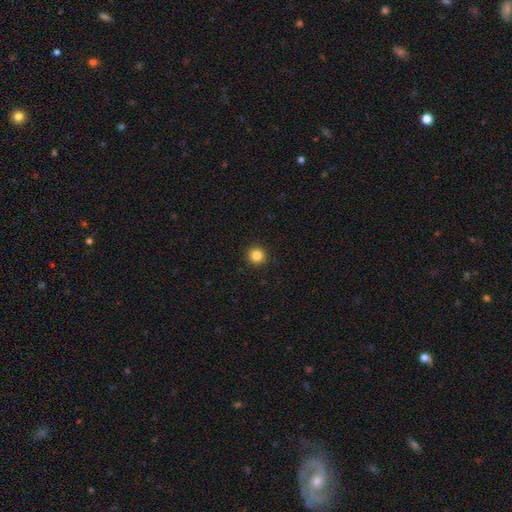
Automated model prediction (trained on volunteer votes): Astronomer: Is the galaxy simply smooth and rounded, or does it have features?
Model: smooth — 84%.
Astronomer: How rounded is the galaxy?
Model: round — 95%.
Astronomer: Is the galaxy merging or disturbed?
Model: none — 92%.